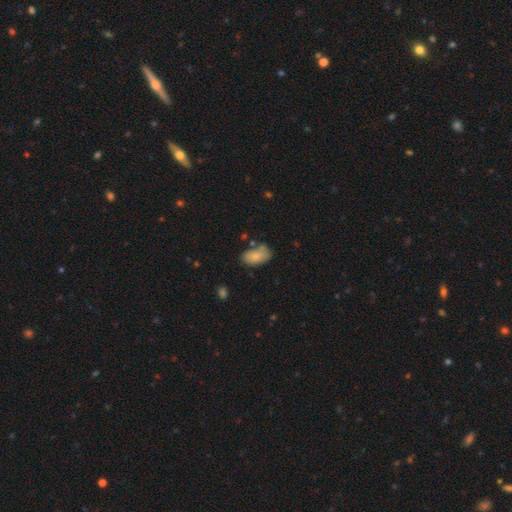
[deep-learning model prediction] smooth_or_featured: smooth (p=0.81) [alt: featured or disk p=0.11]
how_rounded: in between (p=0.93) [alt: round p=0.05]
merging: none (p=0.60) [alt: minor disturbance p=0.26]